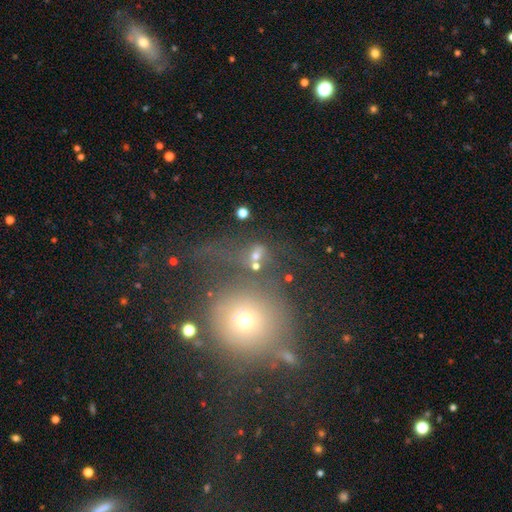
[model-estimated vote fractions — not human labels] Morphology: type=smooth (56%); roundness=round (49%); merging=none (36%).